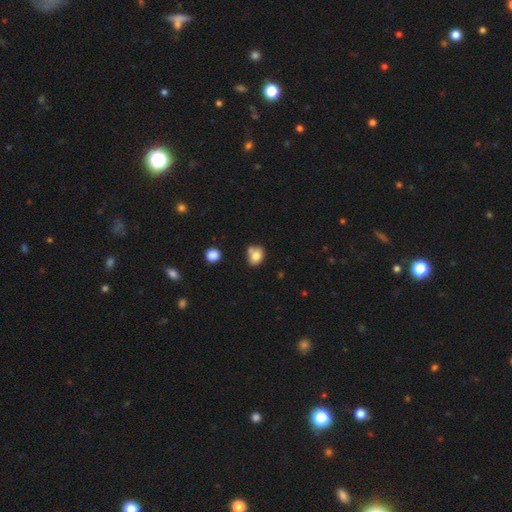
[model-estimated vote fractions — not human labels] Q: Smooth or featured?
A: smooth (79%); runner-up: featured or disk (10%)
Q: How rounded?
A: round (60%); runner-up: in between (39%)
Q: Merging?
A: none (55%); runner-up: merger (24%)